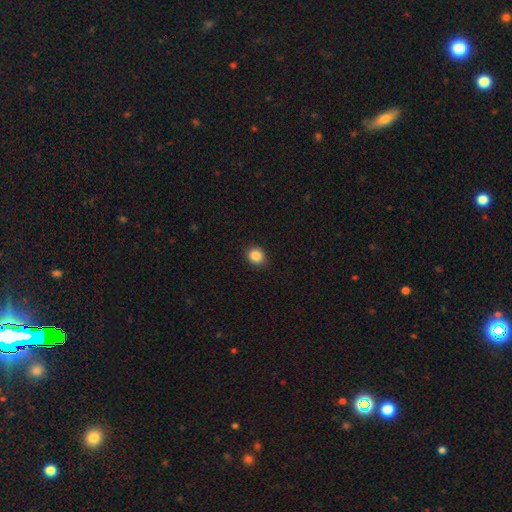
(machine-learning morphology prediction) A smooth galaxy with no disk features (86%) that is round (70%).

Vote fractions:
- Smooth or featured? smooth: 86% / star or artifact: 10% / featured or disk: 4%
- How rounded? round: 70% / in between: 29% / cigar-shaped: 1%
- Merging? none: 89% / minor disturbance: 8% / major disturbance: 2% / merger: 1%